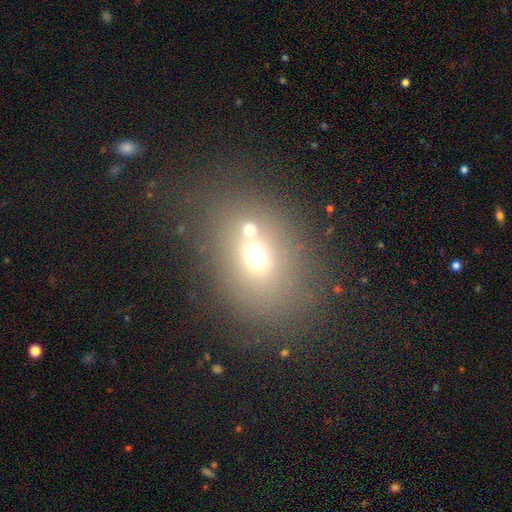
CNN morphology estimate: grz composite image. It shows a smooth galaxy with no disk features (61%) that is in between round and cigar-shaped (64%). Merging: none (54%).